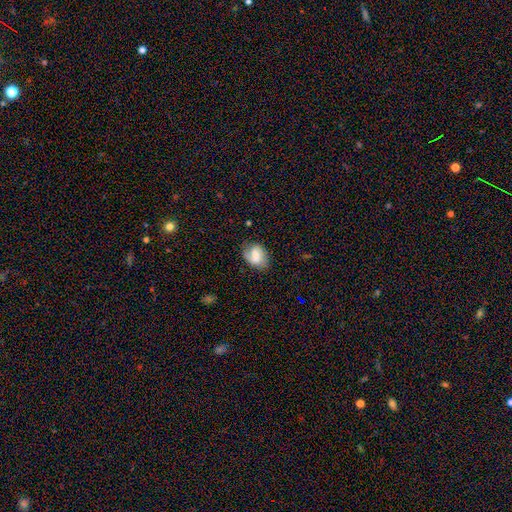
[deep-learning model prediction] A featured or disk galaxy (49%). Merging: none (64%).